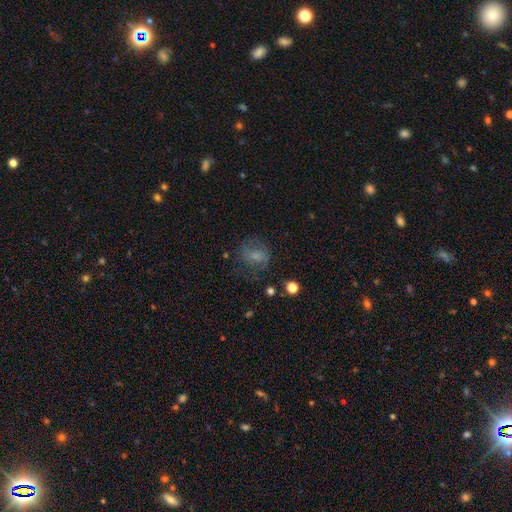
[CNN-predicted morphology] Overall: smooth (52%; featured or disk 33%). How rounded: round (50%; in between 48%). Merging: none (54%; major disturbance 22%).